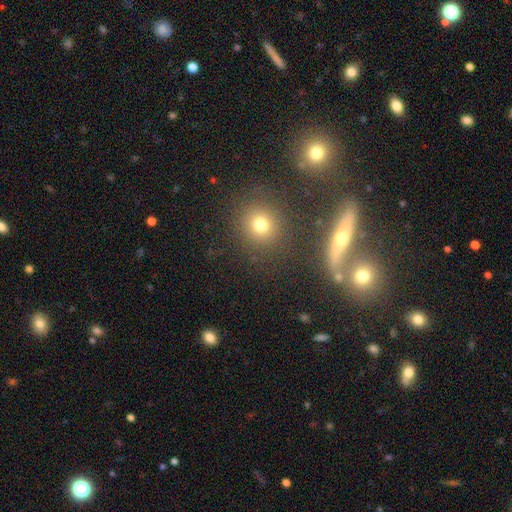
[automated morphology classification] A smooth galaxy with no disk features (52%) that is round (79%). Merging: none (79%).